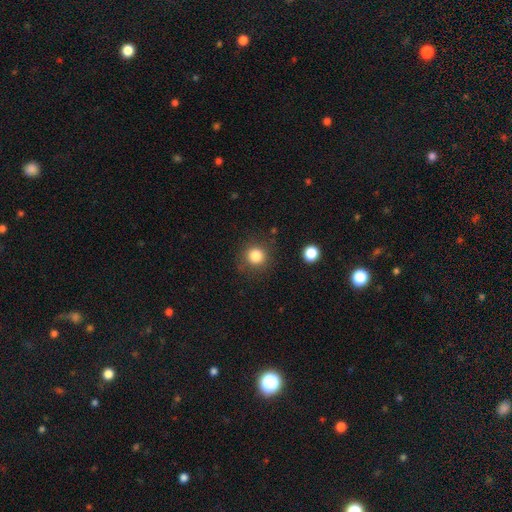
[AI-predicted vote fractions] Smooth or featured: smooth — 83% (star or artifact — 11%)
How rounded: round — 92% (in between — 7%)
Merging: none — 84% (minor disturbance — 10%)